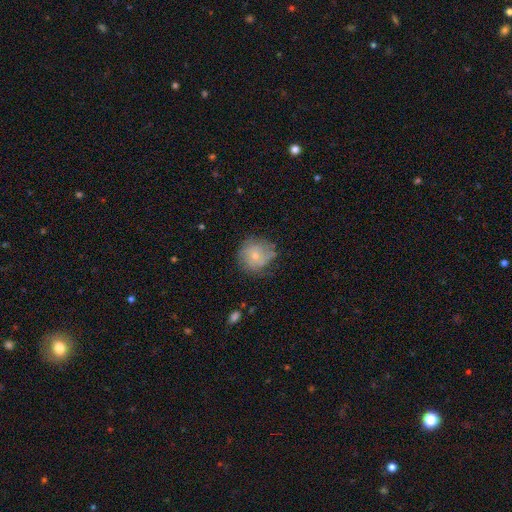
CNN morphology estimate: A smooth galaxy with no disk features (53%) that is round (86%). Merging: none (57%).